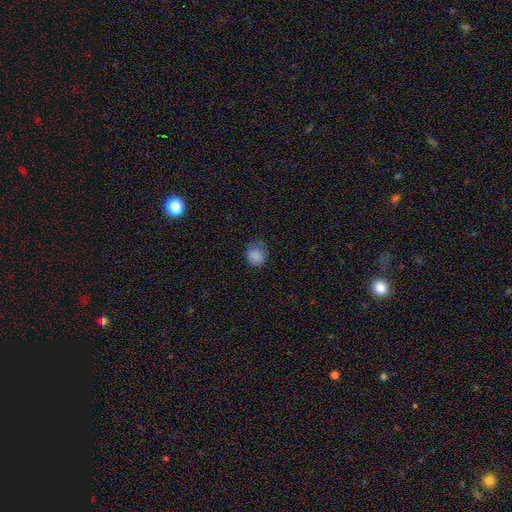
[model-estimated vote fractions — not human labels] Morphology: type=smooth (83%); roundness=round (74%); merging=none (59%).